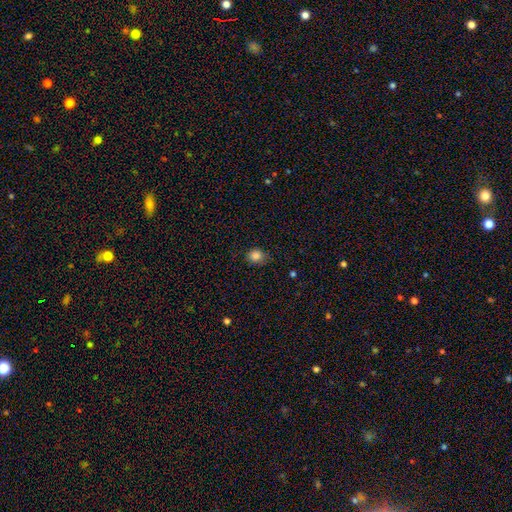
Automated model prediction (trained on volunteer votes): smooth_or_featured: smooth (p=0.85) [alt: star or artifact p=0.11]
how_rounded: round (p=0.72) [alt: in between p=0.27]
merging: none (p=0.76) [alt: minor disturbance p=0.19]